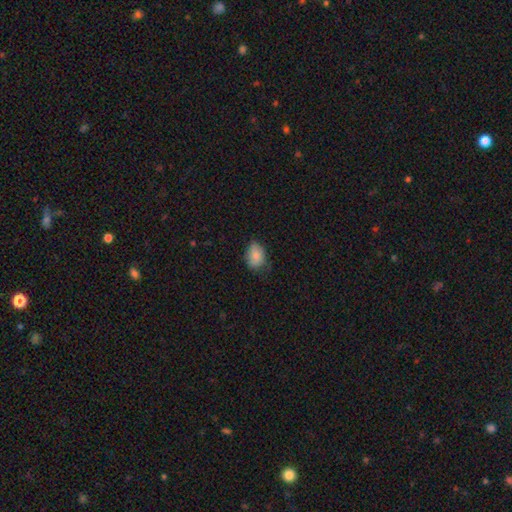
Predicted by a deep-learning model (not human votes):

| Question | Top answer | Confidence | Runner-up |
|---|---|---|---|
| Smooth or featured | smooth | 85% | star or artifact (8%) |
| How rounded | in between | 78% | round (21%) |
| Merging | none | 66% | minor disturbance (28%) |